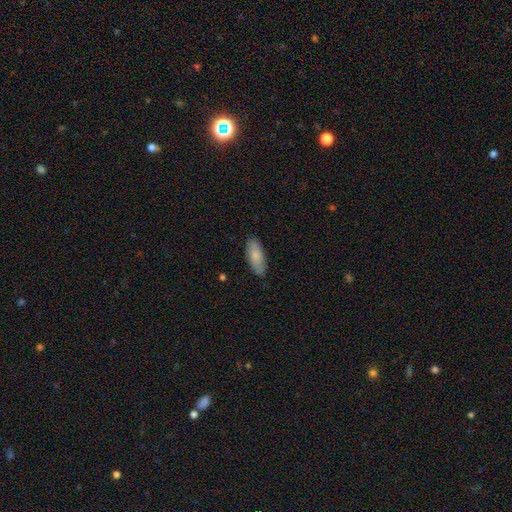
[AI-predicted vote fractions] A smooth galaxy with no disk features (81%) that is in between round and cigar-shaped (76%).

Vote fractions:
- Smooth or featured? smooth: 81% / featured or disk: 13% / star or artifact: 6%
- How rounded? in between: 76% / cigar-shaped: 22% / round: 2%
- Merging? none: 84% / minor disturbance: 12% / major disturbance: 2% / merger: 1%